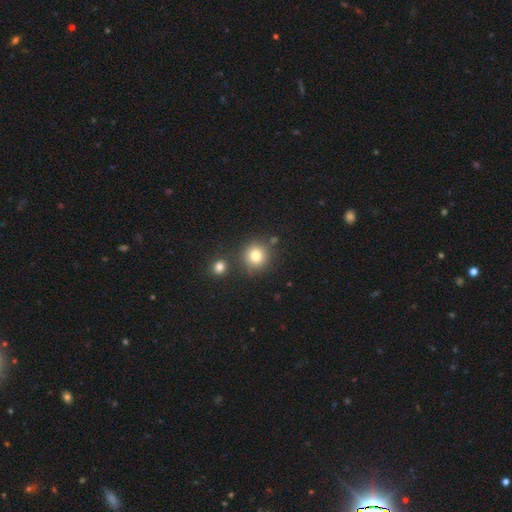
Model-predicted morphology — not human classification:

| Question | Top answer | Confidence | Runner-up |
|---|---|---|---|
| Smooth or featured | smooth | 79% | star or artifact (13%) |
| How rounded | round | 92% | in between (7%) |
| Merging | none | 78% | merger (10%) |